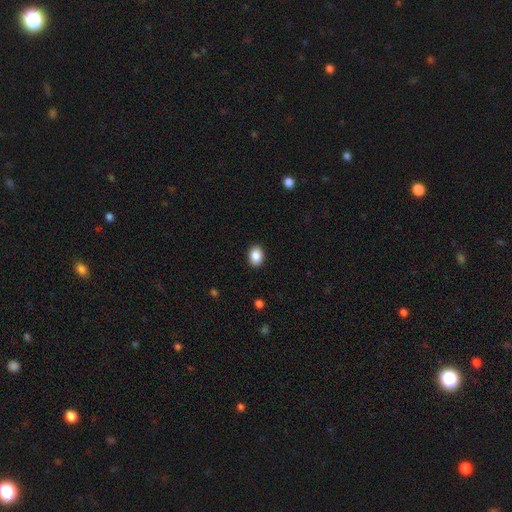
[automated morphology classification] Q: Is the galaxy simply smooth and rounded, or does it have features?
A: smooth — 89%.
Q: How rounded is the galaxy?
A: in between — 74%.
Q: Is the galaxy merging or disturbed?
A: none — 90%.